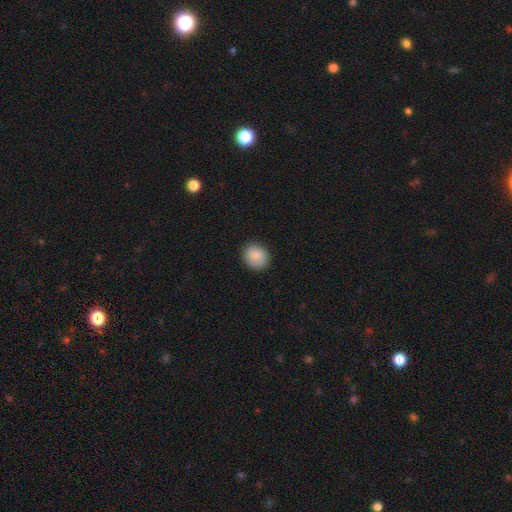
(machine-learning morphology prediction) smooth_or_featured: smooth (p=0.86) [alt: star or artifact p=0.07]
how_rounded: round (p=0.73) [alt: in between p=0.26]
merging: none (p=0.88) [alt: minor disturbance p=0.09]